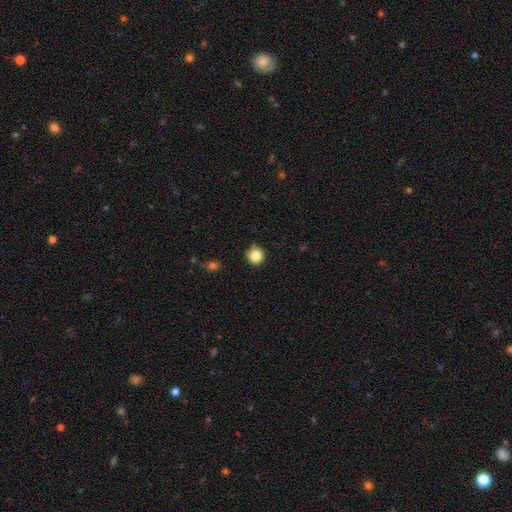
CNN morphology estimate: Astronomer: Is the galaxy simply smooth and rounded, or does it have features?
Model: smooth — 85%.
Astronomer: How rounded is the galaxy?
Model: round — 94%.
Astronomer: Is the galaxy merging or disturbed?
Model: none — 86%.